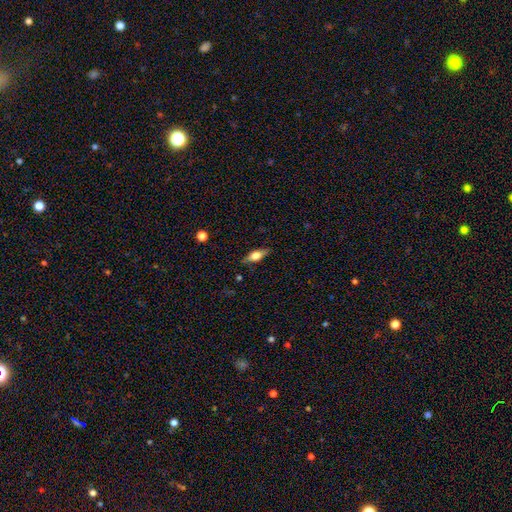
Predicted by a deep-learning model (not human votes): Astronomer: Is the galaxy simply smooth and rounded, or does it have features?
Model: smooth — 50% (runner-up: featured or disk, 43%).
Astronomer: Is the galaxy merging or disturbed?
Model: none — 81%.